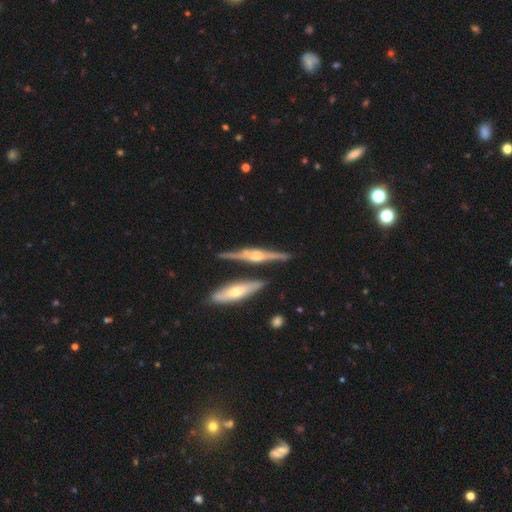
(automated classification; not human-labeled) This appears to be a featured or disk galaxy (82%) viewed edge-on (96%) with a rounded central bulge (77%). Merging: none (74%).